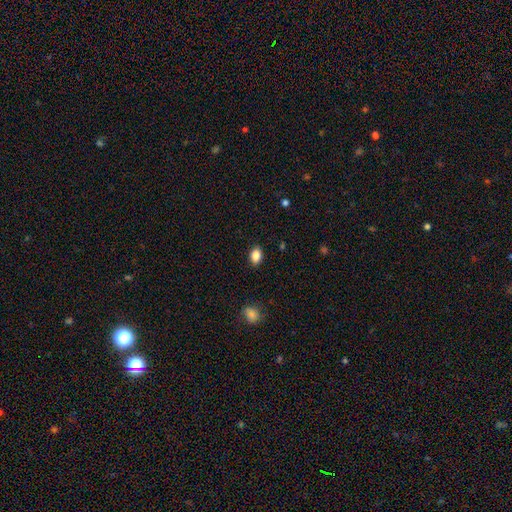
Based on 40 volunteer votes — Volunteers were most divided on "how rounded": in between: 82%, round: 15%, cigar-shaped: 3%. More confident: merging — none (94%); smooth or featured — smooth (85%).